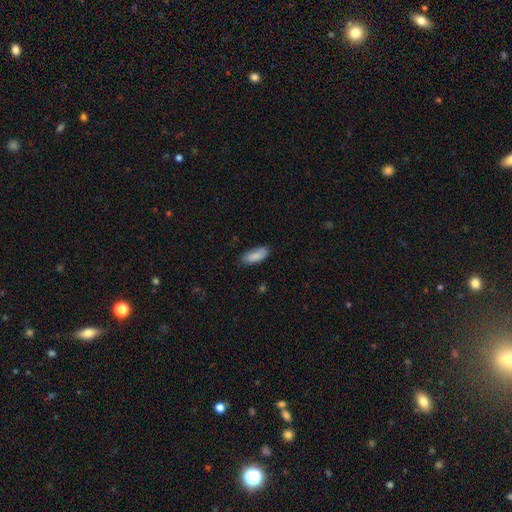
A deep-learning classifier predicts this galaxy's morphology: Overall: smooth (87%). How rounded: in between (78%). Merging: none (77%).